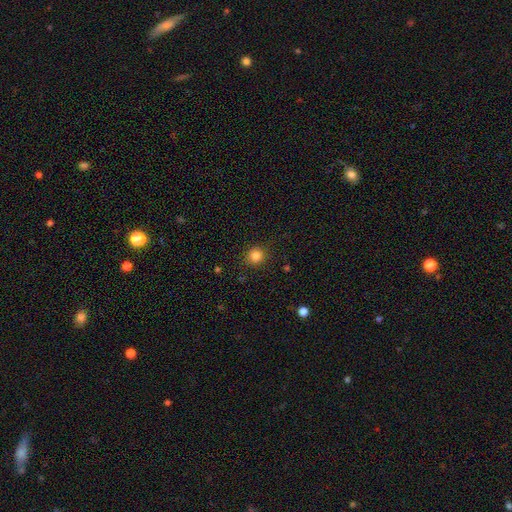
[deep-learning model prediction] smooth 83%, star or artifact 12%, featured or disk 5%. Down the decision tree: how rounded — round (92%); merging — none (90%).